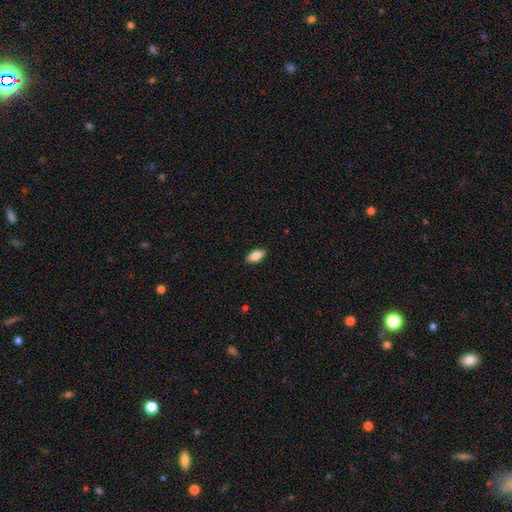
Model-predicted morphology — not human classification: type=smooth (82%); roundness=in between (88%); merging=none (89%).